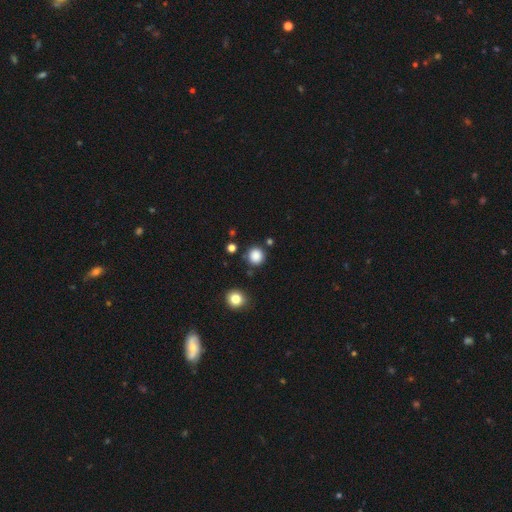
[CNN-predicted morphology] A smooth galaxy with no disk features (85%) that is round (92%).

Vote fractions:
- Smooth or featured? smooth: 85% / star or artifact: 12% / featured or disk: 3%
- How rounded? round: 92% / in between: 7% / cigar-shaped: 1%
- Merging? none: 86% / minor disturbance: 8% / merger: 3% / major disturbance: 3%